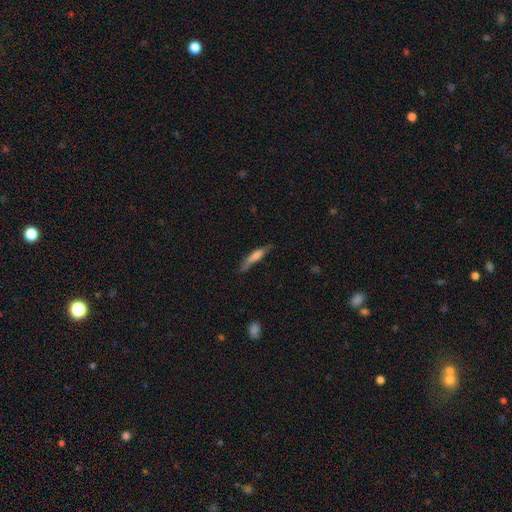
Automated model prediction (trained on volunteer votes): smooth-or-featured: smooth: 56% | featured or disk: 36% | star or artifact: 8%
  how-rounded: cigar-shaped: 86% | in between: 12% | round: 2%
  merging: none: 65% | minor disturbance: 24% | major disturbance: 8% | merger: 3%